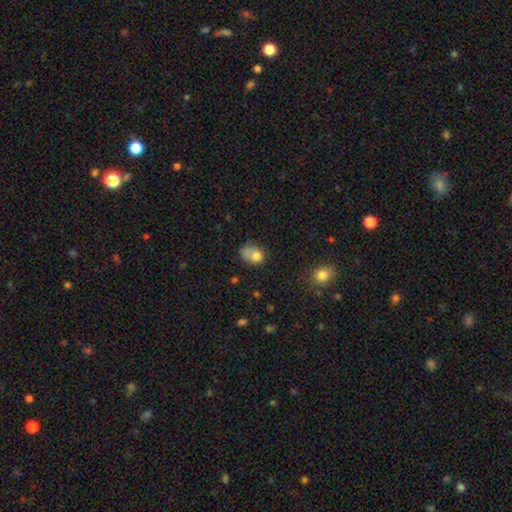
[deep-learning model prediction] A smooth galaxy with no disk features (73%) that is round (50%). Merging: merger (36%).